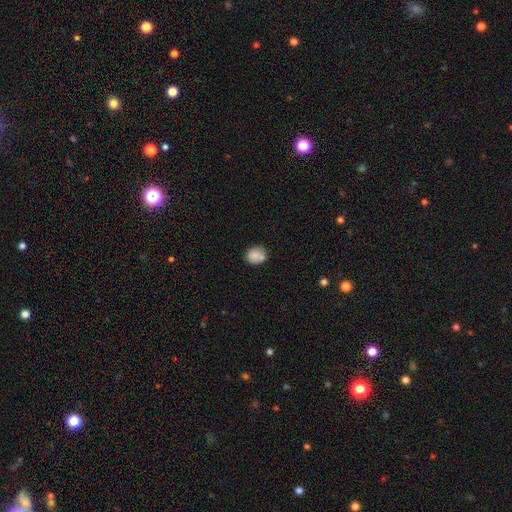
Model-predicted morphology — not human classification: smooth 79%, featured or disk 12%, star or artifact 9%. Down the decision tree: how rounded — round (67%); merging — none (57%).